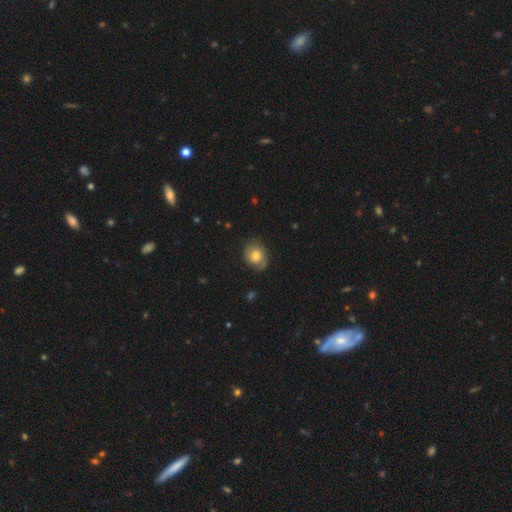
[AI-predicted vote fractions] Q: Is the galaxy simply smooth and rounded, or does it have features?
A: smooth — 60%.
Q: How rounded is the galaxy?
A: round — 59%.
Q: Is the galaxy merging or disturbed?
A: none — 66%.